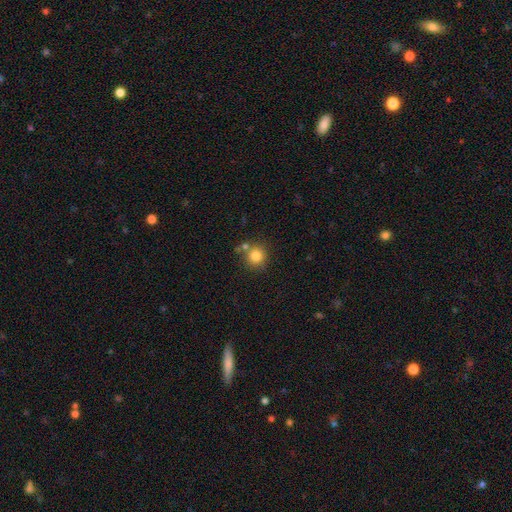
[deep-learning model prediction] Smooth or featured? smooth (82%)
How rounded? round (91%)
Merging? none (72%)